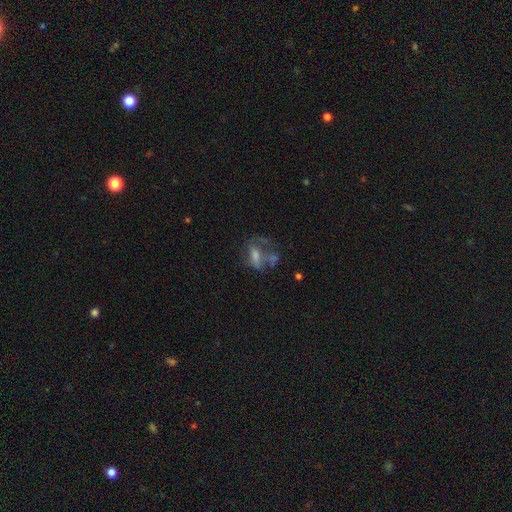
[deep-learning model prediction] Smooth or featured: featured or disk — 47% (smooth — 35%)
Merging: major disturbance — 31% (none — 30%)